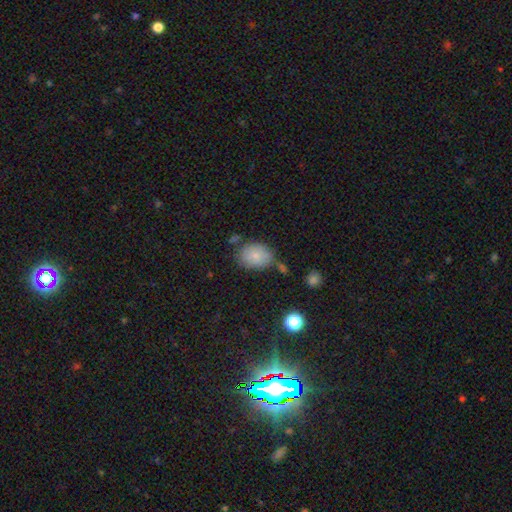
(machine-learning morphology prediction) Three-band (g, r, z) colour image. It shows a smooth galaxy with no disk features (79%) that is in between round and cigar-shaped (61%). Merging: none (63%).